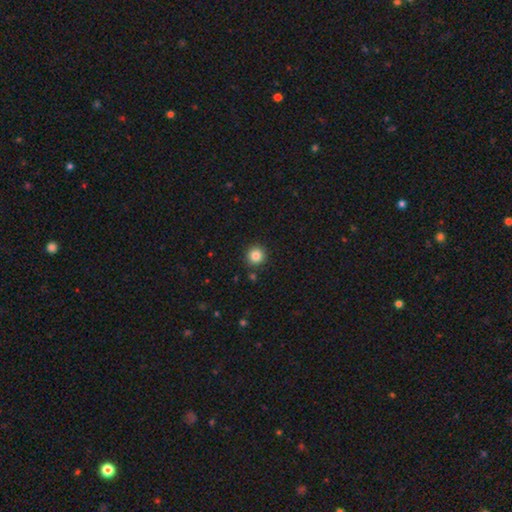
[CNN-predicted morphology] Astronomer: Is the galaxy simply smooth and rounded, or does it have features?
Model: smooth — 85%.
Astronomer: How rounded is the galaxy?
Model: round — 94%.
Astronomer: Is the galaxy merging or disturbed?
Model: none — 90%.